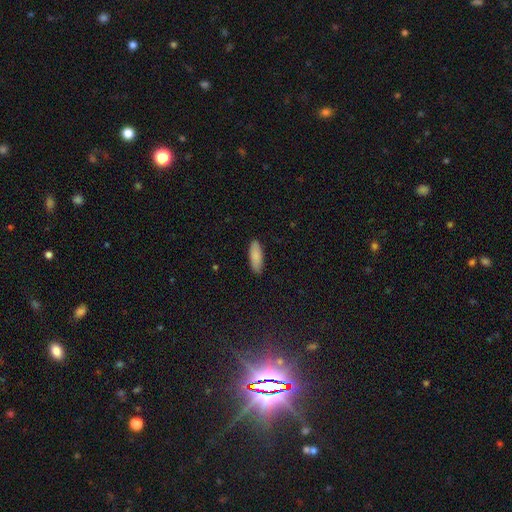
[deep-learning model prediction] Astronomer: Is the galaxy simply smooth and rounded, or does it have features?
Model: smooth — 88%.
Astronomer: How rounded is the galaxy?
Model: in between — 65%.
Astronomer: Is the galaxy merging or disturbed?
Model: none — 89%.